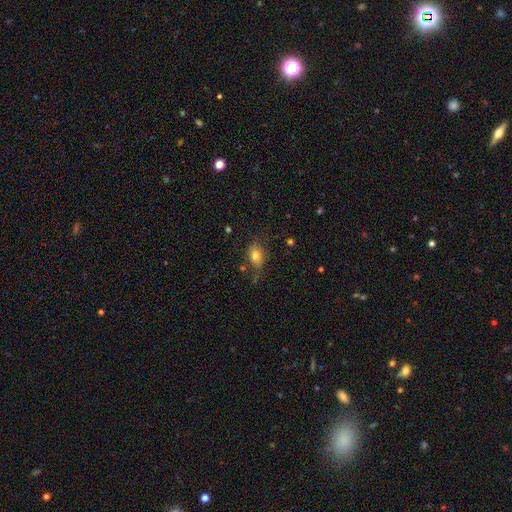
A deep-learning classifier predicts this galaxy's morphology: smooth-or-featured: smooth: 77% | featured or disk: 12% | star or artifact: 11%
  how-rounded: in between: 74% | round: 24% | cigar-shaped: 2%
  merging: none: 67% | minor disturbance: 22% | major disturbance: 7% | merger: 3%